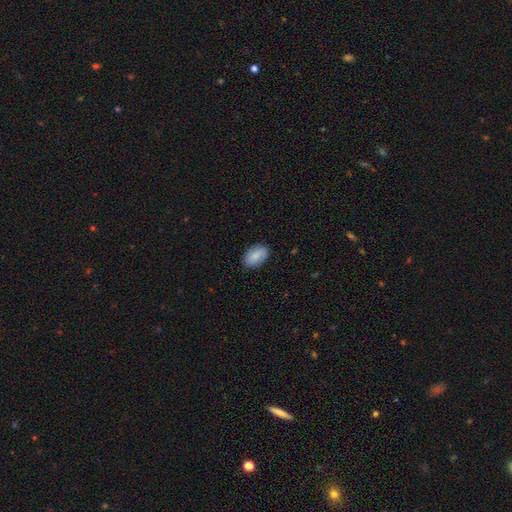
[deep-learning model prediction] Q: Smooth or featured?
A: smooth (85%); runner-up: featured or disk (9%)
Q: How rounded?
A: in between (93%); runner-up: round (6%)
Q: Merging?
A: none (85%); runner-up: minor disturbance (12%)